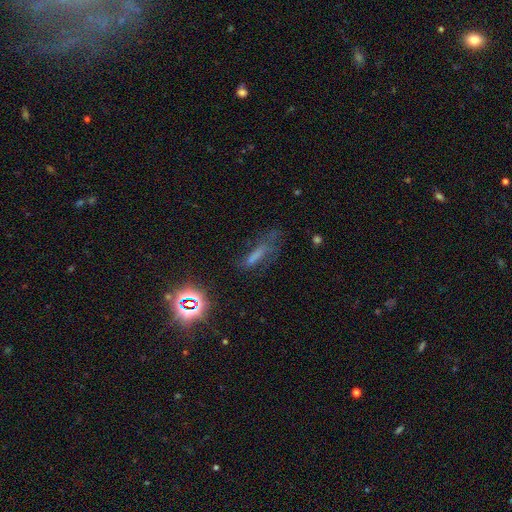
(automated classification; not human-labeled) This is possibly a smooth galaxy (47%). Merging: marginally none (43%).